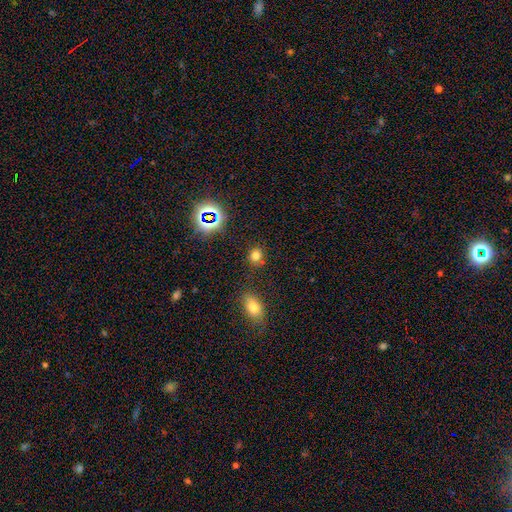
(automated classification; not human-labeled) This appears to be a smooth galaxy with no disk features (73%) that is round (81%). Merging: none (80%).